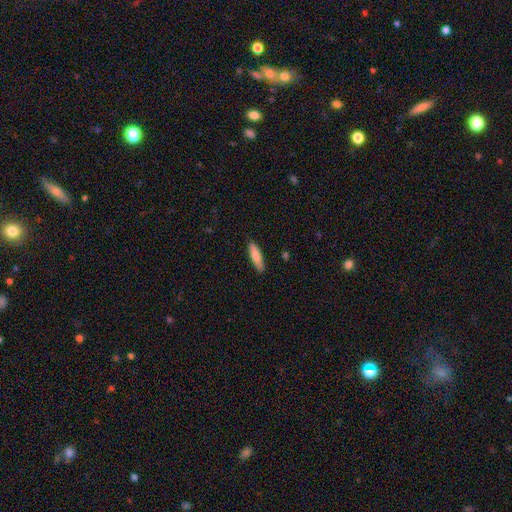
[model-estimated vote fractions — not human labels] smooth 79%, featured or disk 15%, star or artifact 6%. Down the decision tree: how rounded — cigar-shaped (70%); merging — none (88%).